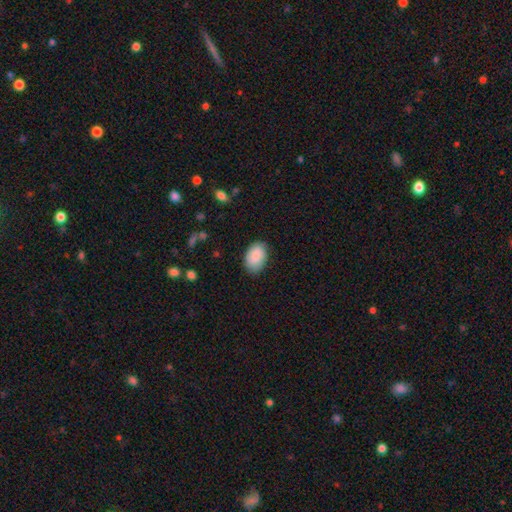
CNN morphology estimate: This appears to be a smooth galaxy with no disk features (85%) that is in between round and cigar-shaped (90%). Merging: none (78%).